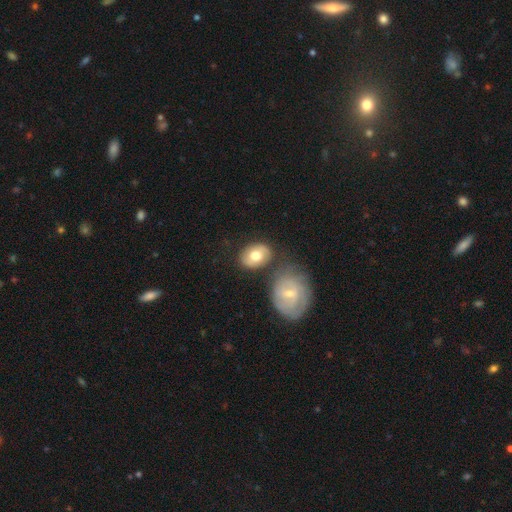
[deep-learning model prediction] smooth 66%, featured or disk 28%, star or artifact 6%. Down the decision tree: how rounded — in between (62%); merging — none (66%).